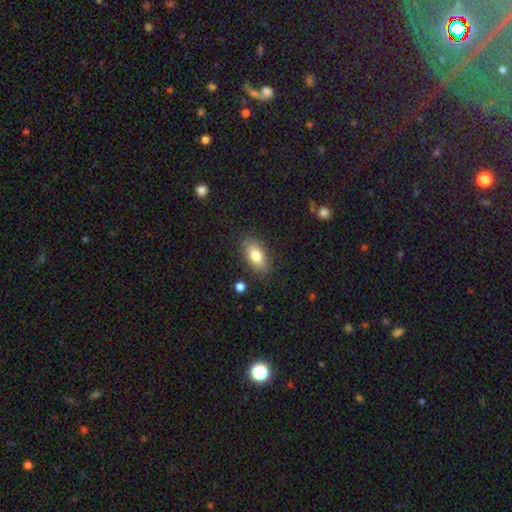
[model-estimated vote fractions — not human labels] Smooth or featured: smooth — 78% (featured or disk — 14%)
How rounded: in between — 87% (cigar-shaped — 7%)
Merging: none — 84% (minor disturbance — 11%)